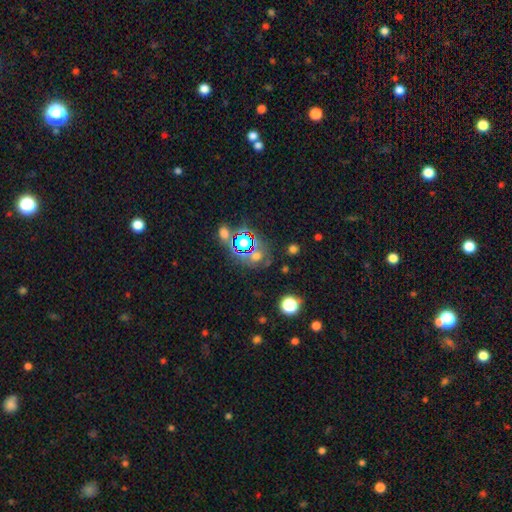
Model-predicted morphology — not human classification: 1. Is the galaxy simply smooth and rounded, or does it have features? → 50% star or artifact, 39% smooth, 11% featured or disk.